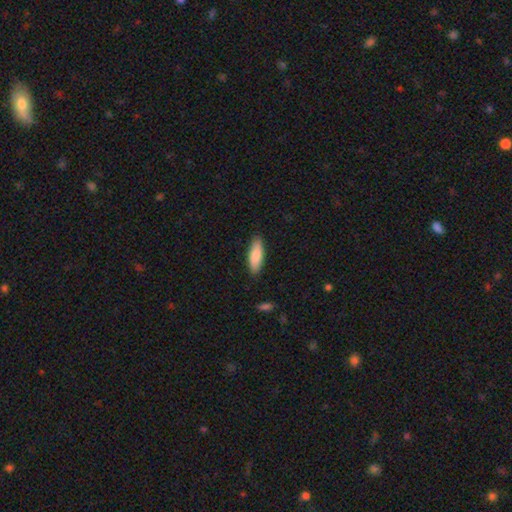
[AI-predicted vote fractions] Morphology: type=smooth (85%); roundness=in between (59%); merging=none (86%).